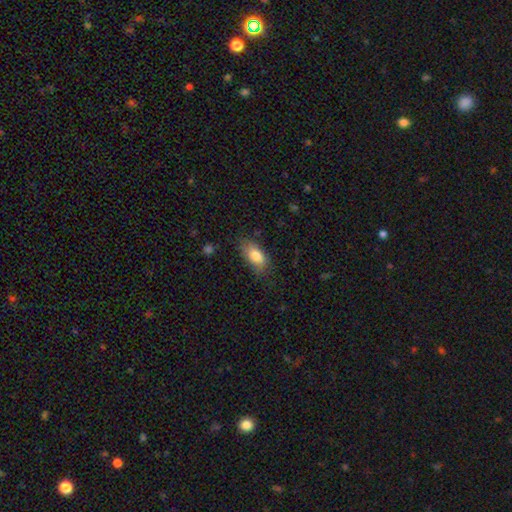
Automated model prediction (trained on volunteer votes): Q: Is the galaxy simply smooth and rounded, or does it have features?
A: smooth — 82%.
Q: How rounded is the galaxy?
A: in between — 88%.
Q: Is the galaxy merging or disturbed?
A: none — 72%.